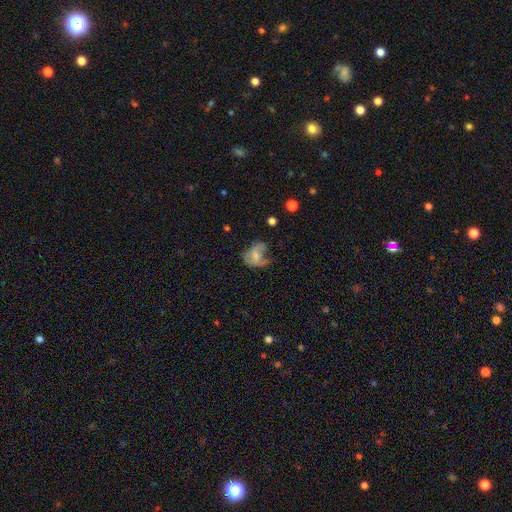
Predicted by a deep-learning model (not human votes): Overall: smooth (48%; featured or disk 42%). Merging: major disturbance (39%; none 29%).